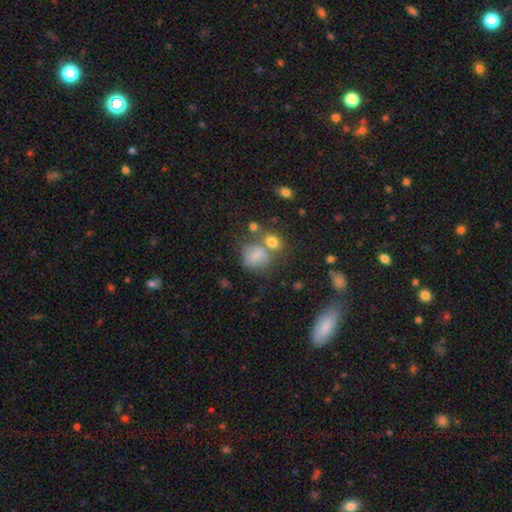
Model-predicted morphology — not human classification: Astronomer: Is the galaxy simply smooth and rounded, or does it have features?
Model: smooth — 69%.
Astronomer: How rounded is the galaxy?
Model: round — 60% (runner-up: in between, 38%).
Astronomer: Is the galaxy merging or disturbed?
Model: none — 40% (runner-up: merger, 31%).